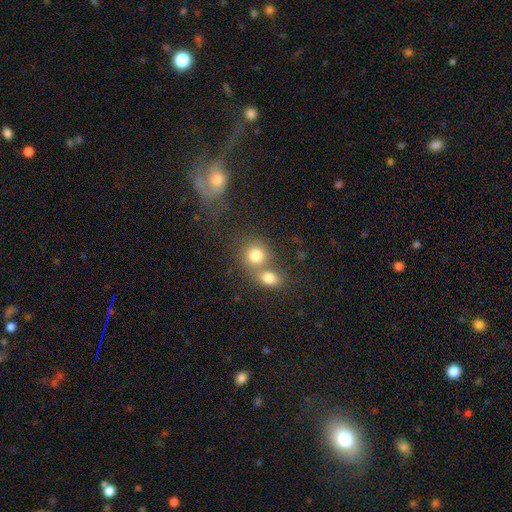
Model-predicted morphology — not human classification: smooth-or-featured: smooth: 79% | featured or disk: 11% | star or artifact: 10%
  how-rounded: round: 76% | in between: 23% | cigar-shaped: 1%
  merging: merger: 51% | none: 38% | minor disturbance: 8% | major disturbance: 4%